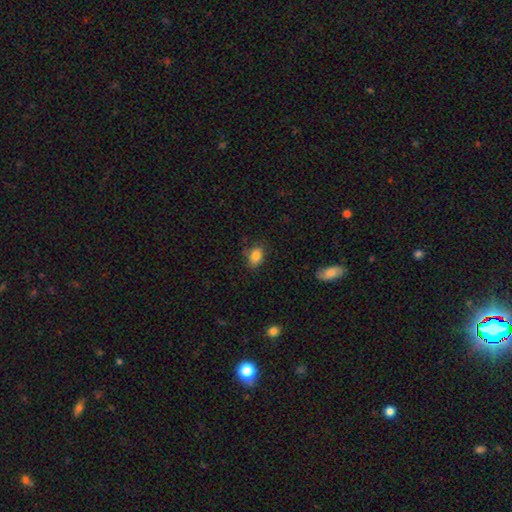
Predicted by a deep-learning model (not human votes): smooth_or_featured: smooth (p=0.84) [alt: star or artifact p=0.10]
how_rounded: in between (p=0.71) [alt: round p=0.28]
merging: none (p=0.76) [alt: minor disturbance p=0.18]